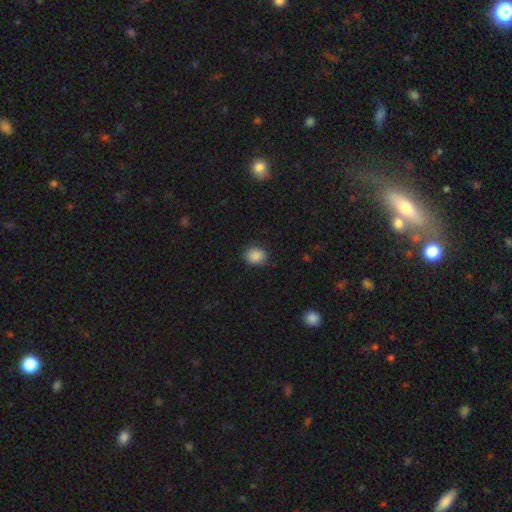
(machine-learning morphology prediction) This appears to be a smooth galaxy with no disk features (87%) that is round (51%). Merging: none (82%).